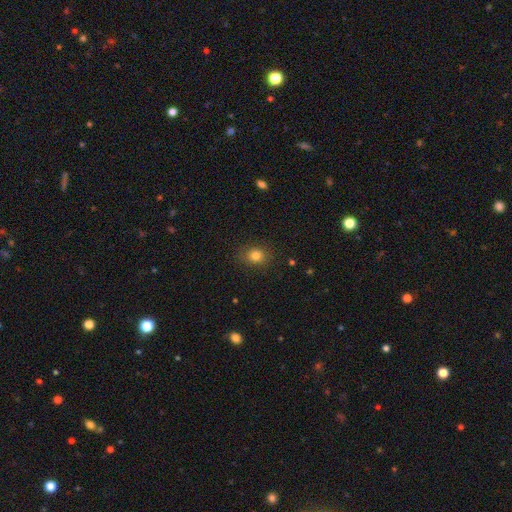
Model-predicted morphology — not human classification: This is clearly a smooth galaxy (81%). How rounded: likely round (66%). Merging: clearly none (86%).